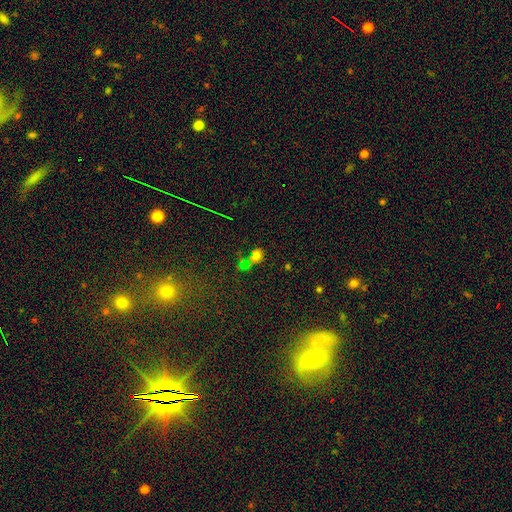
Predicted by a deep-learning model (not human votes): smooth_or_featured: smooth (p=0.63) [alt: star or artifact p=0.26]
how_rounded: round (p=0.70) [alt: in between p=0.28]
merging: none (p=0.48) [alt: merger p=0.22]